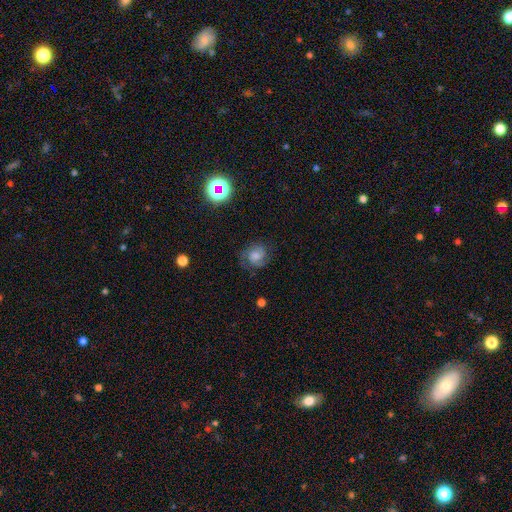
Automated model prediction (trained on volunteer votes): Smooth or featured: featured or disk — 63% (smooth — 25%)
Edge-on disk: no — 98% (yes — 2%)
Bar: no — 62% (weak — 32%)
Spiral arms: yes — 94% (no — 6%)
Spiral winding: medium — 44% (tight — 43%)
Spiral arm count: 2 — 72% (can't tell — 12%)
Bulge size: moderate — 34% (small — 29%)
Merging: none — 74% (minor disturbance — 17%)